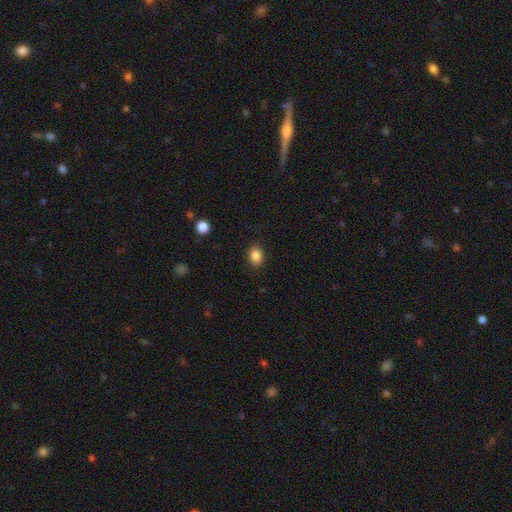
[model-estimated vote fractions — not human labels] smooth 86%, star or artifact 10%, featured or disk 4%. Down the decision tree: how rounded — in between (60%); merging — none (88%).